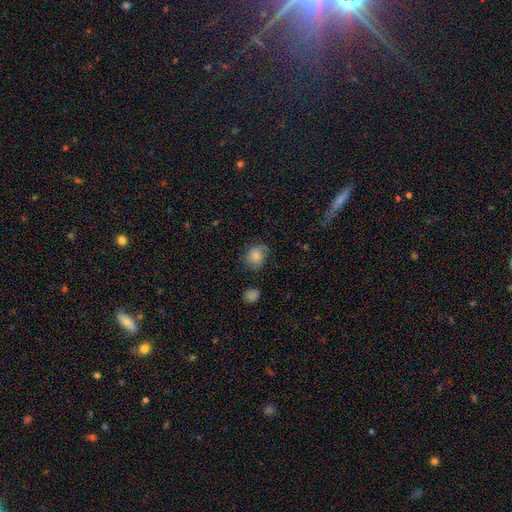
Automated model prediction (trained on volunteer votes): Q: Smooth or featured?
A: smooth (81%); runner-up: star or artifact (10%)
Q: How rounded?
A: round (62%); runner-up: in between (37%)
Q: Merging?
A: none (58%); runner-up: minor disturbance (28%)